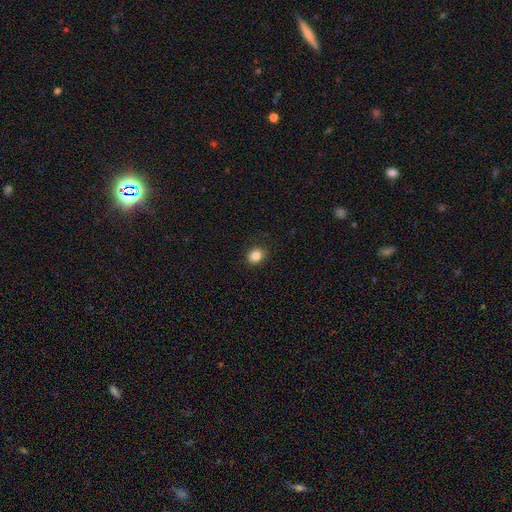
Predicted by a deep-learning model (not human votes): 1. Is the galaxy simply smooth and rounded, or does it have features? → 86% smooth, 10% star or artifact, 4% featured or disk.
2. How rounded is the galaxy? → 67% round, 32% in between, 1% cigar-shaped.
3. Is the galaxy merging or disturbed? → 89% none, 8% minor disturbance, 2% major disturbance, 1% merger.